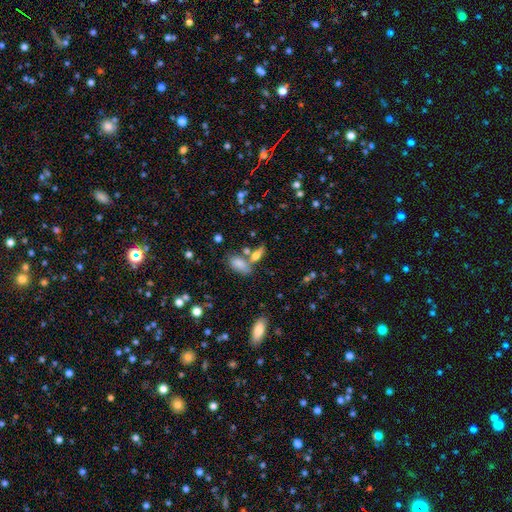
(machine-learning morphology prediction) Q: Smooth or featured?
A: smooth (67%); runner-up: featured or disk (21%)
Q: How rounded?
A: in between (66%); runner-up: cigar-shaped (27%)
Q: Merging?
A: none (53%); runner-up: merger (30%)